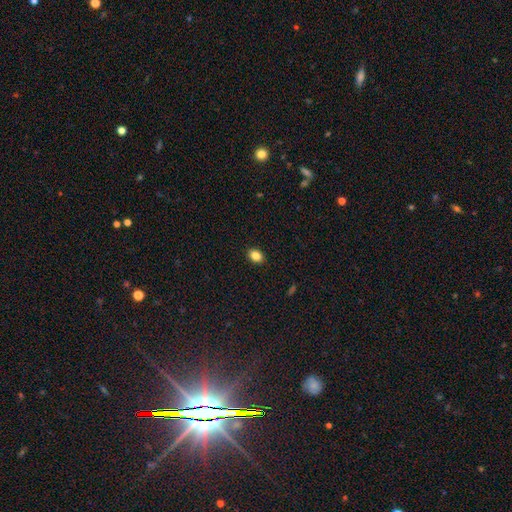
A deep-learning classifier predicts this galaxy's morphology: smooth_or_featured: smooth (p=0.86) [alt: star or artifact p=0.09]
how_rounded: in between (p=0.77) [alt: round p=0.22]
merging: none (p=0.90) [alt: minor disturbance p=0.07]